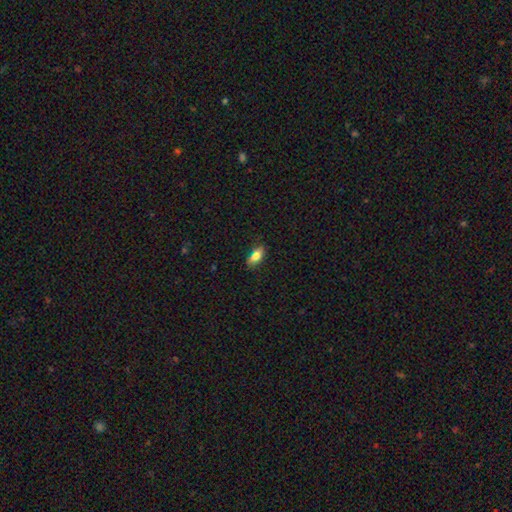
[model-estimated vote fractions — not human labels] Smooth or featured? smooth (78%)
How rounded? in between (84%)
Merging? none (77%)